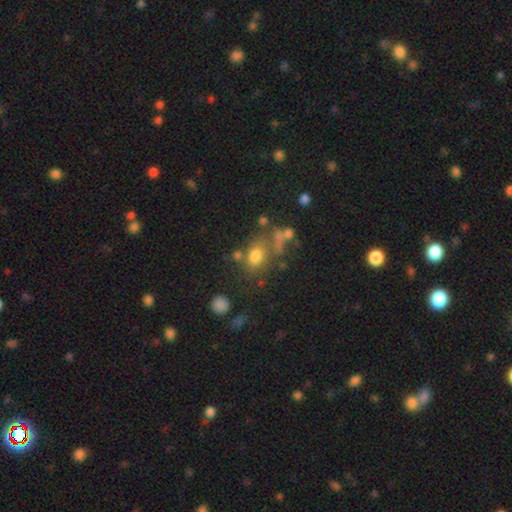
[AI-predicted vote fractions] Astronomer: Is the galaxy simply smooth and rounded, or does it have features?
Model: smooth — 69%.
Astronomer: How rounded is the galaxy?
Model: in between — 57% (runner-up: round, 41%).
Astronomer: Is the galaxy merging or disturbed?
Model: none — 53%.